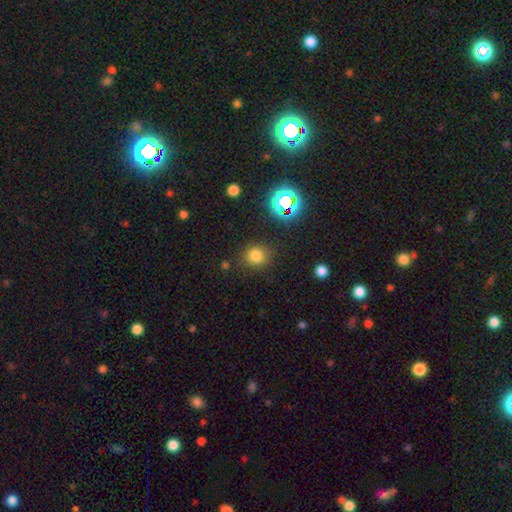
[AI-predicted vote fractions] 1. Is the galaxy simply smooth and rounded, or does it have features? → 76% smooth, 18% star or artifact, 6% featured or disk.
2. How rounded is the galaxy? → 84% round, 15% in between, 1% cigar-shaped.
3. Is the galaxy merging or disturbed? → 83% none, 11% minor disturbance, 4% major disturbance, 2% merger.